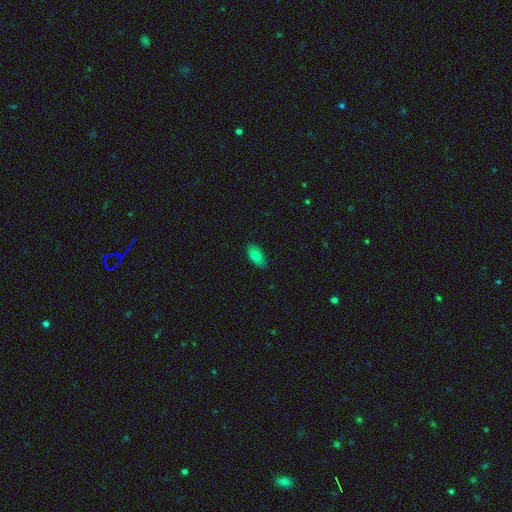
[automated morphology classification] Q: Smooth or featured?
A: smooth (77%); runner-up: featured or disk (14%)
Q: How rounded?
A: in between (90%); runner-up: cigar-shaped (6%)
Q: Merging?
A: none (84%); runner-up: minor disturbance (13%)